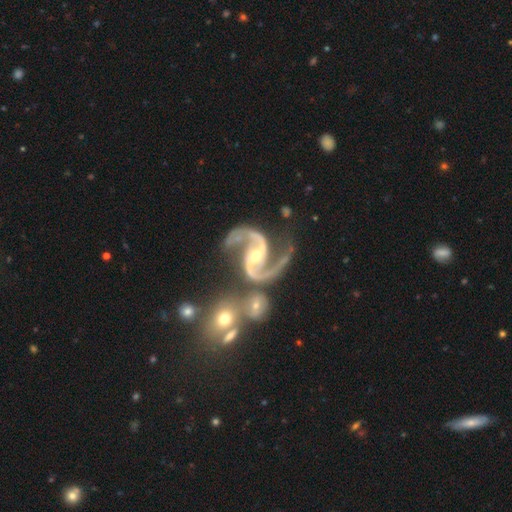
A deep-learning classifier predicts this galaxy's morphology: The model was most divided on "bulge size": small: 50%, moderate: 46%, large: 2%, none: 1%, dominant: 1%. Remaining: spiral arms — yes (99%); edge-on disk — no (98%); smooth or featured — featured or disk (94%); spiral arm count — 2 (93%); spiral winding — medium (64%); merging — none (58%); bar — no (38%).